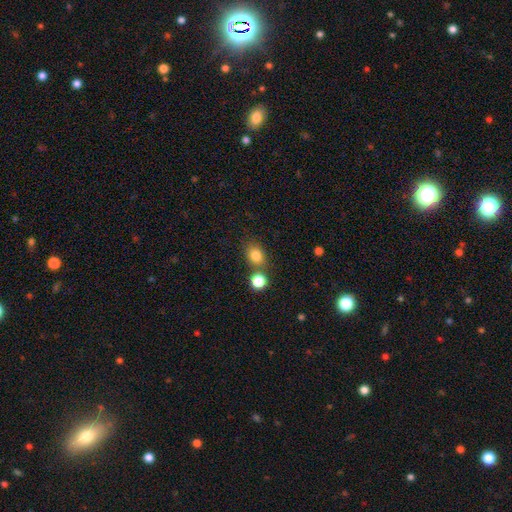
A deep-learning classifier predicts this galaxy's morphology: This is clearly a smooth galaxy (82%). How rounded: possibly round (51%). Merging: likely none (64%).